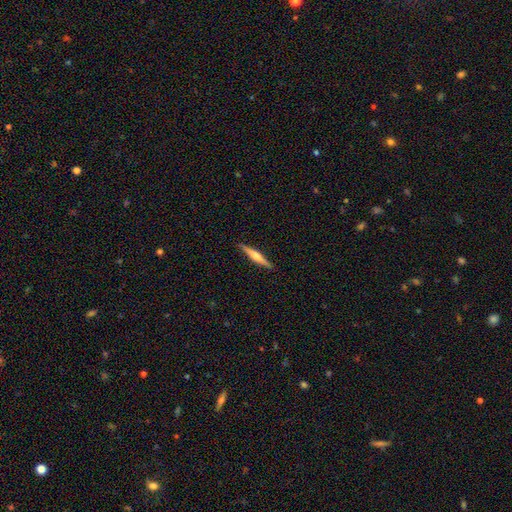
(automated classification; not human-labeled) Smooth or featured? featured or disk (66%)
Edge-on disk? yes (98%)
Edge-on bulge? rounded (81%)
Merging? none (92%)